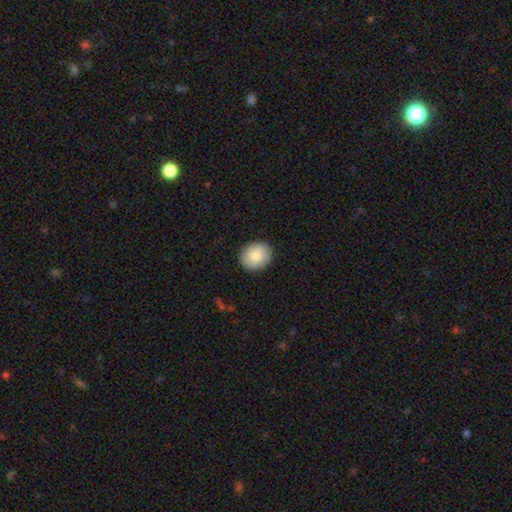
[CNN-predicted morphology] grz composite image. It shows a smooth galaxy with no disk features (85%) that is round (58%). Merging: none (89%).